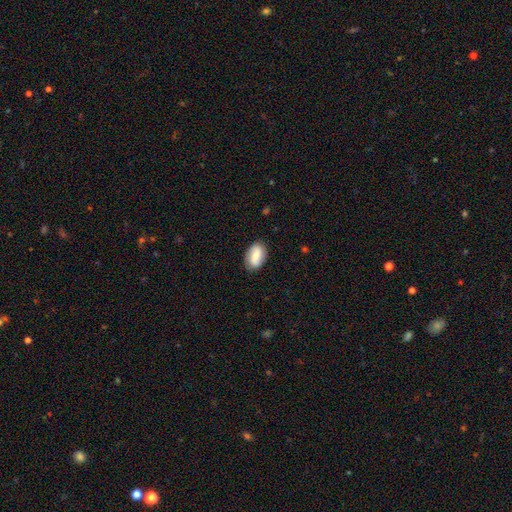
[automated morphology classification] Q: Smooth or featured?
A: smooth (62%); runner-up: featured or disk (31%)
Q: How rounded?
A: in between (89%); runner-up: round (9%)
Q: Merging?
A: none (83%); runner-up: minor disturbance (13%)